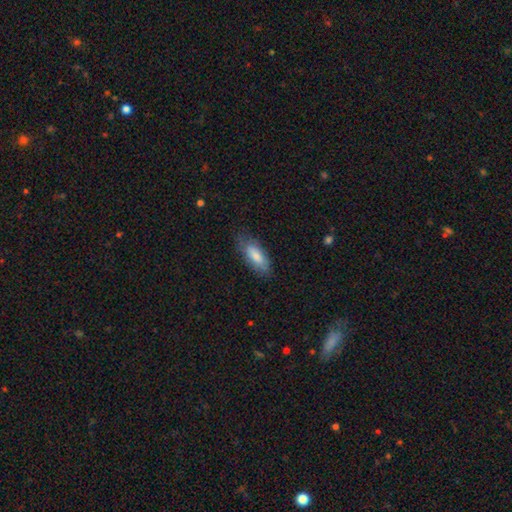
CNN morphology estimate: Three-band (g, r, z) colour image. It shows a smooth galaxy with no disk features (79%) that is in between round and cigar-shaped (73%). Merging: none (71%).